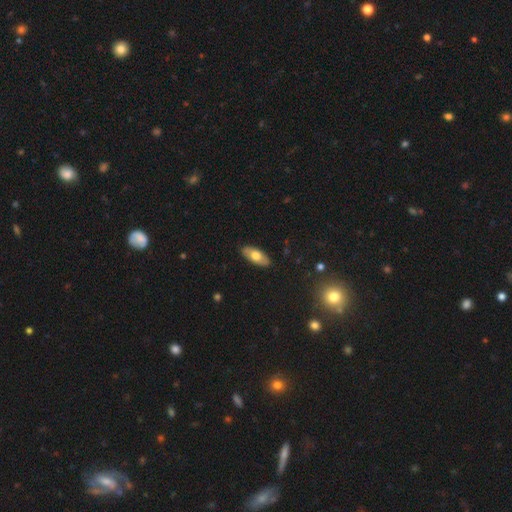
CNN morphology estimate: This appears to be a smooth galaxy with no disk features (64%) that is in between round and cigar-shaped (84%). Merging: none (88%).